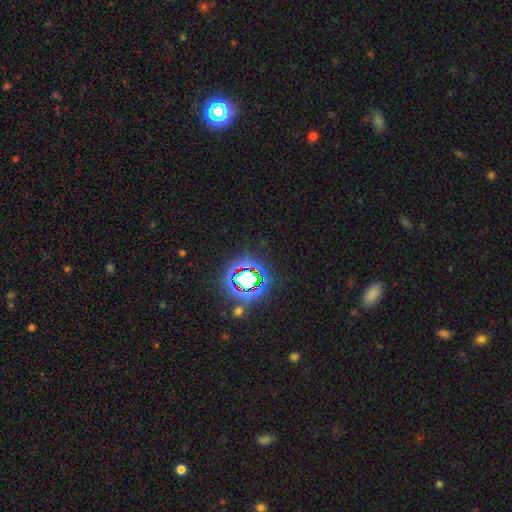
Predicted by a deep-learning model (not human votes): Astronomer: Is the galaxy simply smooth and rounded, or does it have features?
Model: star or artifact — 79%.